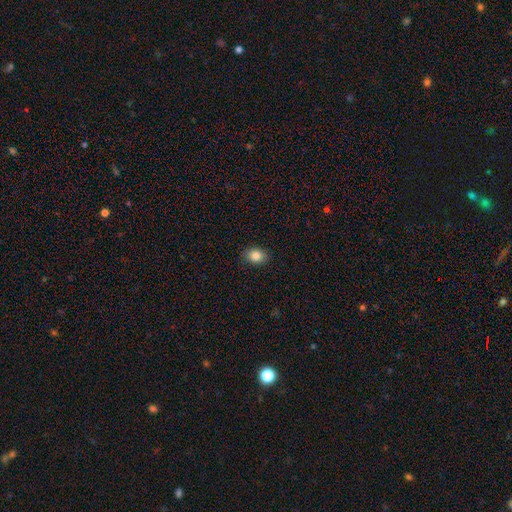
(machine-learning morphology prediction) Smooth or featured?
  - smooth: 85% *
  - star or artifact: 9%
  - featured or disk: 6%
How rounded?
  - in between: 62% *
  - round: 37%
  - cigar-shaped: 1%
Merging?
  - none: 88% *
  - minor disturbance: 9%
  - major disturbance: 2%
  - merger: 1%